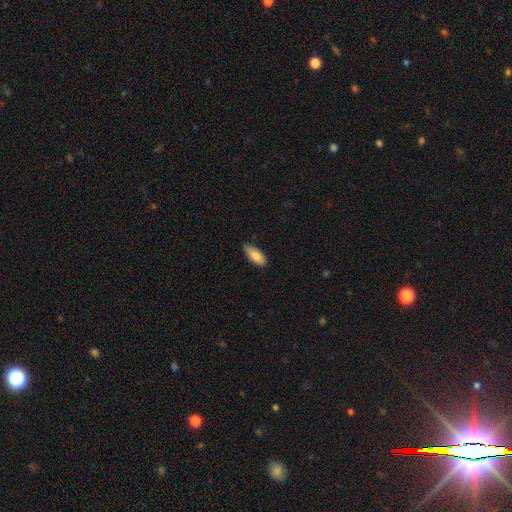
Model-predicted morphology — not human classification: Smooth or featured? Predicted: smooth (p=0.85). How rounded? Predicted: in between (p=0.82). Merging? Predicted: none (p=0.79).